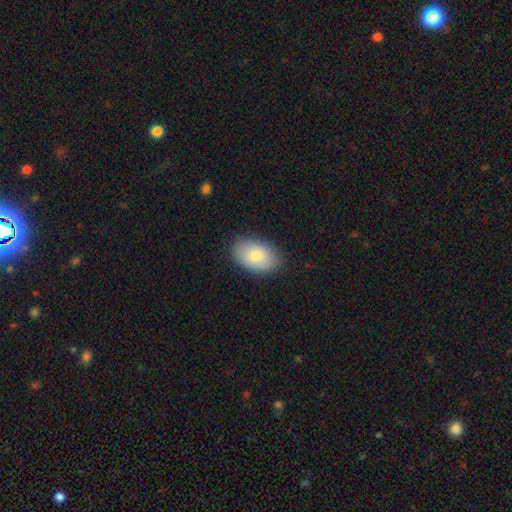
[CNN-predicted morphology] Q: Smooth or featured?
A: smooth (82%); runner-up: featured or disk (12%)
Q: How rounded?
A: in between (91%); runner-up: round (8%)
Q: Merging?
A: none (86%); runner-up: minor disturbance (11%)